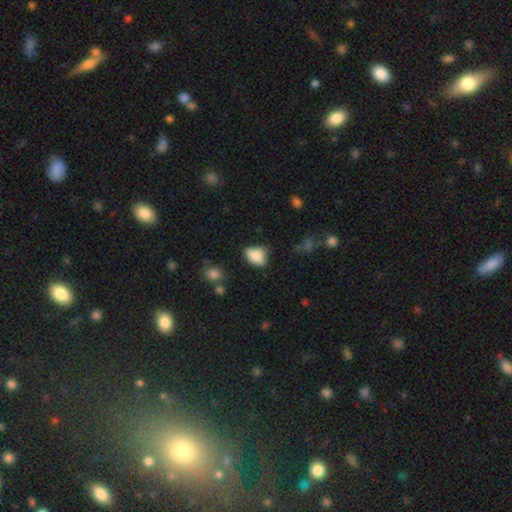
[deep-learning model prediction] smooth_or_featured: smooth (p=0.75) [alt: featured or disk p=0.15]
how_rounded: in between (p=0.79) [alt: round p=0.18]
merging: none (p=0.48) [alt: minor disturbance p=0.33]